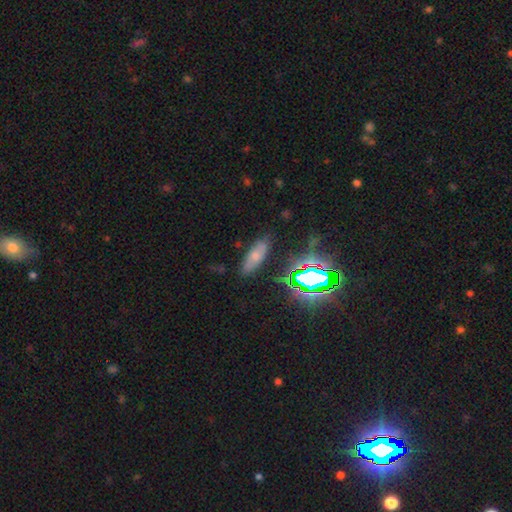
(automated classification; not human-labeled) smooth 57%, star or artifact 22%, featured or disk 21%. Down the decision tree: how rounded — in between (63%); merging — none (79%).